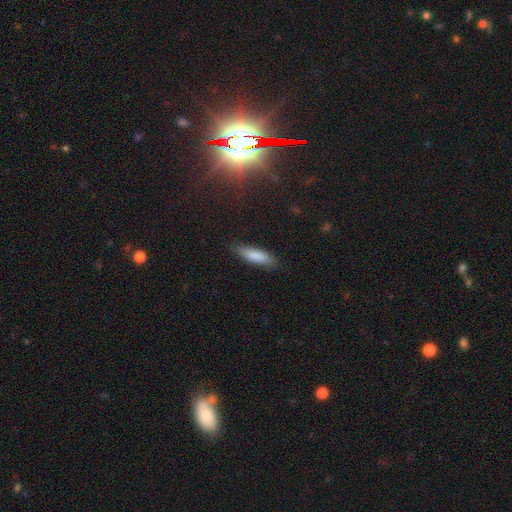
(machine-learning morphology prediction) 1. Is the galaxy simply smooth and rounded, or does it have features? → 84% smooth, 10% featured or disk, 6% star or artifact.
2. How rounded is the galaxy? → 62% cigar-shaped, 36% in between, 2% round.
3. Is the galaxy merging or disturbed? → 84% none, 12% minor disturbance, 2% major disturbance, 1% merger.